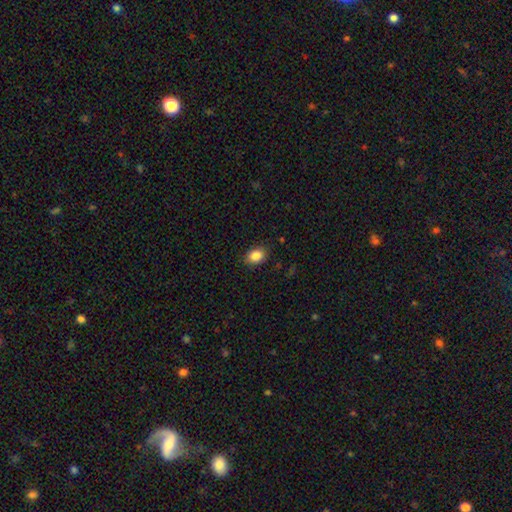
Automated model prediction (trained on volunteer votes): Overall: smooth (86%). How rounded: in between (69%; round 30%). Merging: none (86%).